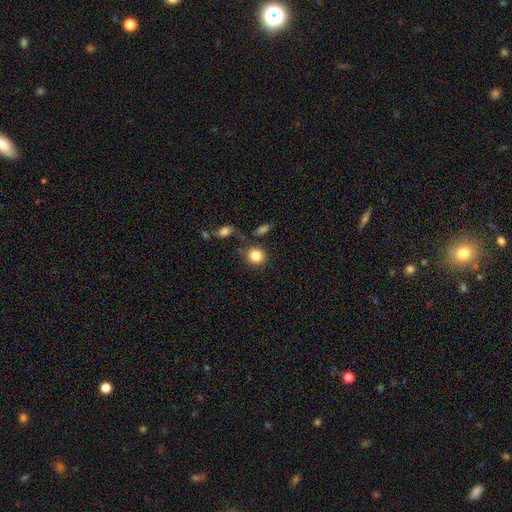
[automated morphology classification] This is clearly a smooth galaxy (85%). How rounded: clearly round (83%). Merging: likely none (76%).